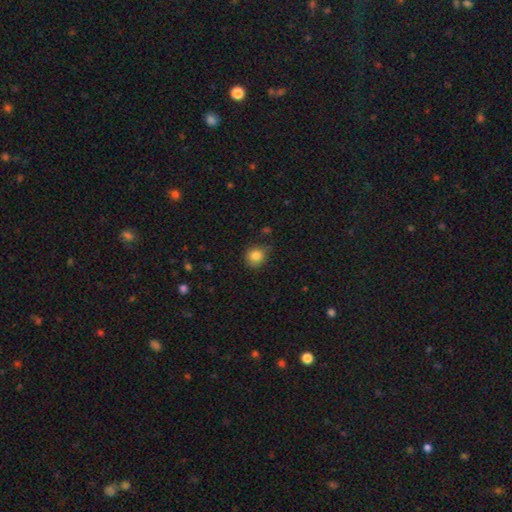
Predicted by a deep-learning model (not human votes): This appears to be a smooth galaxy with no disk features (84%) that is round (79%). Merging: none (68%).